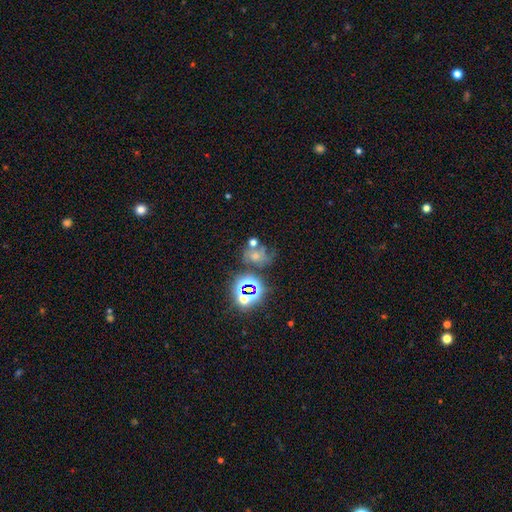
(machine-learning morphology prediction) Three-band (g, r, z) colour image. It shows a smooth galaxy with no disk features (38%). Merging: none (39%).